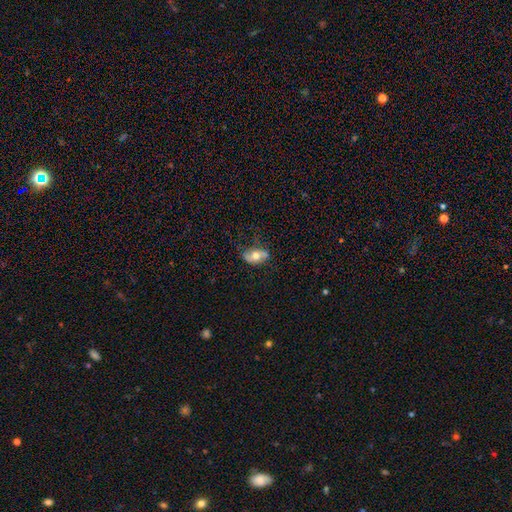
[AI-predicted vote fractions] Smooth or featured? smooth (55%)
How rounded? in between (87%)
Merging? none (63%)